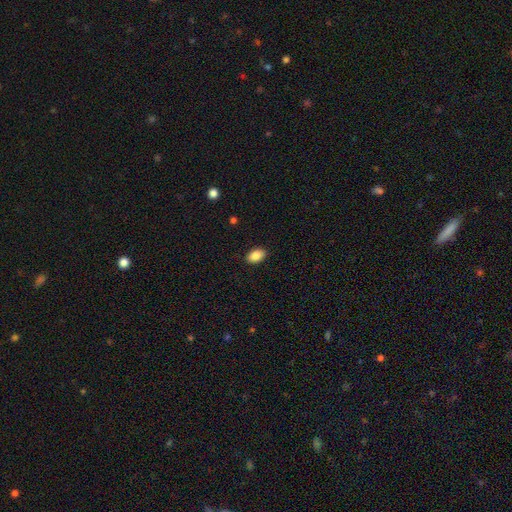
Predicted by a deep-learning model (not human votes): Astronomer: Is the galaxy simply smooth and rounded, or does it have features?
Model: smooth — 88%.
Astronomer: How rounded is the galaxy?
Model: in between — 90%.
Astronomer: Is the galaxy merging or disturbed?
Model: none — 89%.